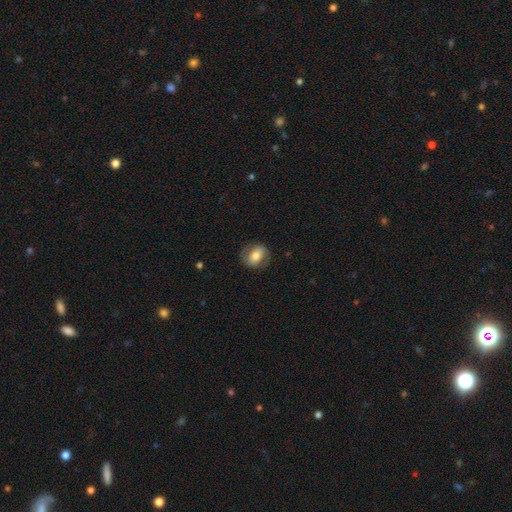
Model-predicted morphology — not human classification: smooth 61%, featured or disk 31%, star or artifact 7%. Down the decision tree: how rounded — in between (58%); merging — none (78%).